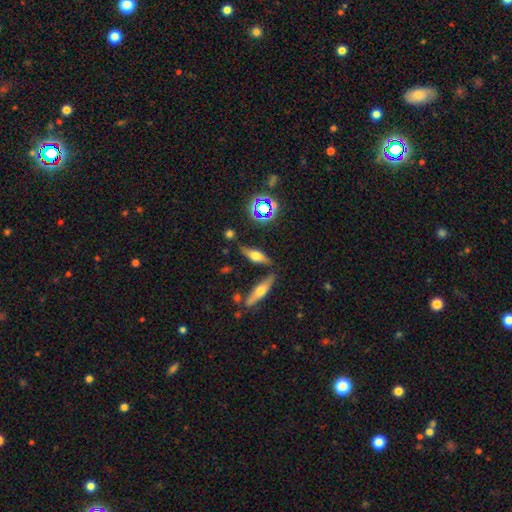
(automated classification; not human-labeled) A featured or disk galaxy (50%) viewed edge-on (87%).

Vote fractions:
- Smooth or featured? featured or disk: 50% / smooth: 37% / star or artifact: 12%
- Edge-on disk? yes: 87% / no: 13%
- Merging? none: 73% / minor disturbance: 14% / merger: 9% / major disturbance: 4%